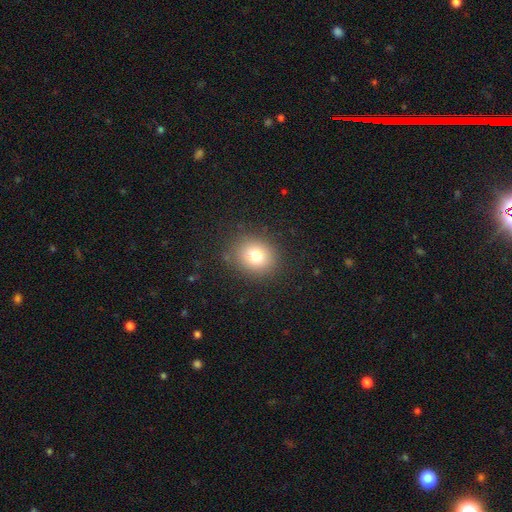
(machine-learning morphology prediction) smooth-or-featured: smooth: 77% | star or artifact: 13% | featured or disk: 10%
  how-rounded: round: 74% | in between: 26% | cigar-shaped: 1%
  merging: none: 86% | minor disturbance: 9% | major disturbance: 4% | merger: 1%